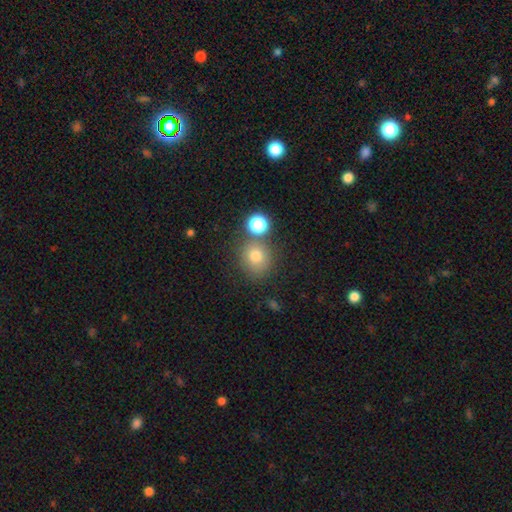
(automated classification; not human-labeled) smooth_or_featured: smooth (p=0.77) [alt: star or artifact p=0.14]
how_rounded: round (p=0.85) [alt: in between p=0.14]
merging: none (p=0.69) [alt: merger p=0.16]